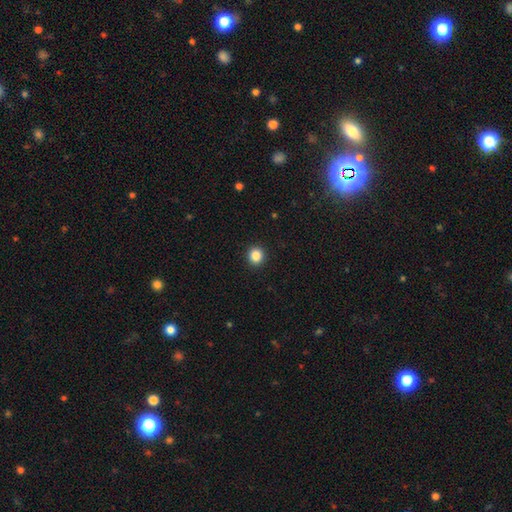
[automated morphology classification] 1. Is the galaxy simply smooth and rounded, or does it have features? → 85% smooth, 11% star or artifact, 4% featured or disk.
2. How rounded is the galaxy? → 91% round, 8% in between, 1% cigar-shaped.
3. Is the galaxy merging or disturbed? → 93% none, 4% minor disturbance, 2% major disturbance, 1% merger.